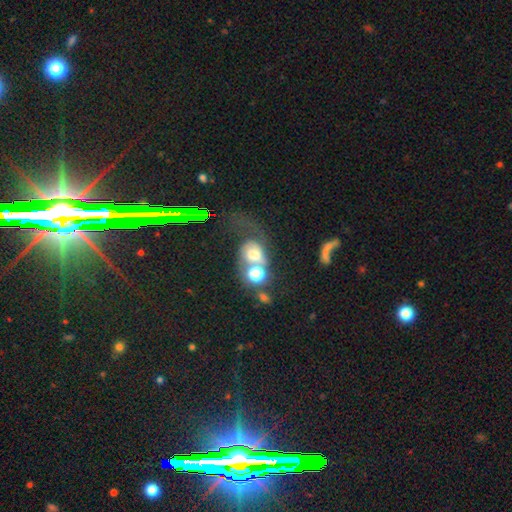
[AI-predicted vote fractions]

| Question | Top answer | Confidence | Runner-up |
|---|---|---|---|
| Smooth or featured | smooth | 45% | featured or disk (37%) |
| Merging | merger | 53% | major disturbance (20%) |